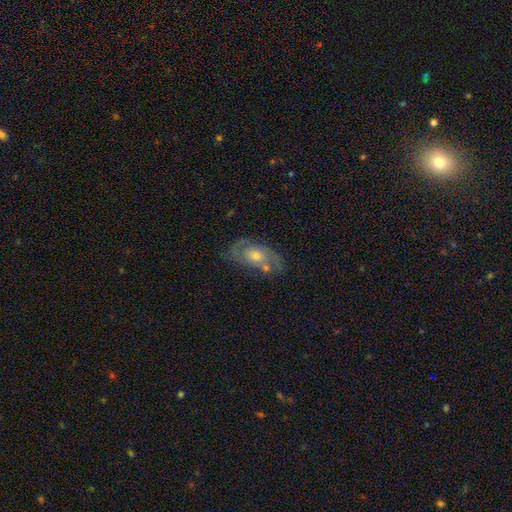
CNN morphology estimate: smooth-or-featured: featured or disk: 61% | smooth: 30% | star or artifact: 9%
  disk-edge-on: no: 91% | yes: 9%
    bar: no: 77% | weak: 20% | strong: 3%
    has-spiral-arms: yes: 69% | no: 31%
    bulge-size: moderate: 60% | small: 27% | large: 9% | none: 3% | dominant: 1%
  merging: none: 60% | minor disturbance: 22% | major disturbance: 11% | merger: 8%